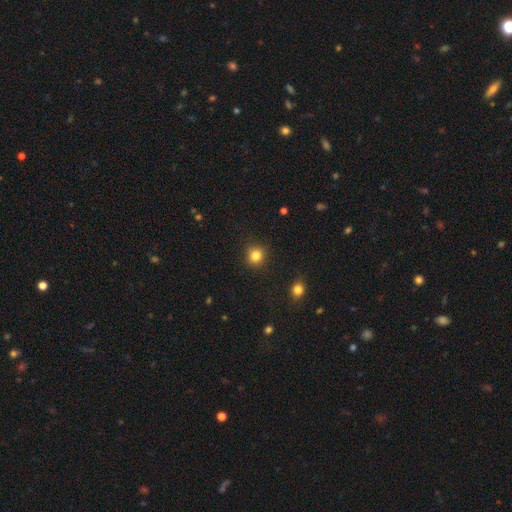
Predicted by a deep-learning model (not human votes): Smooth or featured? Predicted: smooth (p=0.83). How rounded? Predicted: round (p=0.87). Merging? Predicted: none (p=0.89).